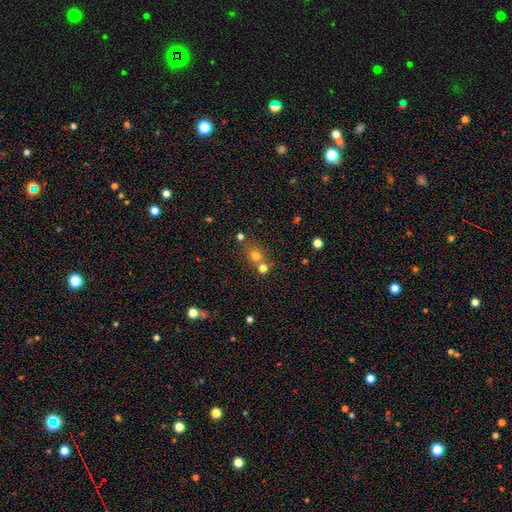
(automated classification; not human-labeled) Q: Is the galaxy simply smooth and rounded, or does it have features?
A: smooth — 71%.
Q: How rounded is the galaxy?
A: round — 78%.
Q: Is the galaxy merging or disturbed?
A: none — 63%.